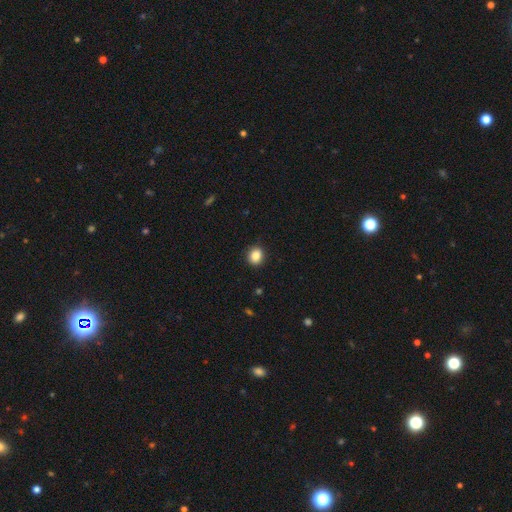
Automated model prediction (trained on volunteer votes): A smooth galaxy with no disk features (87%) that is round (70%). Merging: none (90%).